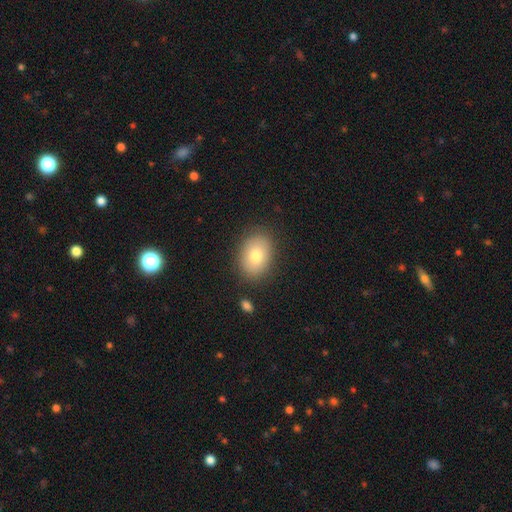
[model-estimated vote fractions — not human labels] smooth 76%, featured or disk 15%, star or artifact 10%. Down the decision tree: how rounded — in between (77%); merging — none (87%).